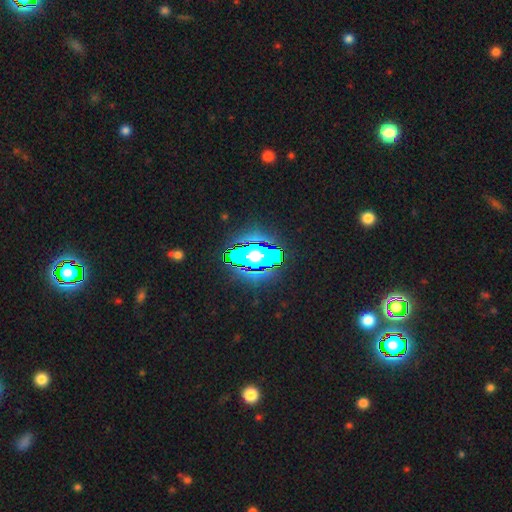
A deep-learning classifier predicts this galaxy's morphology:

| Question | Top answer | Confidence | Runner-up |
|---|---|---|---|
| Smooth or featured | star or artifact | 79% | smooth (12%) |